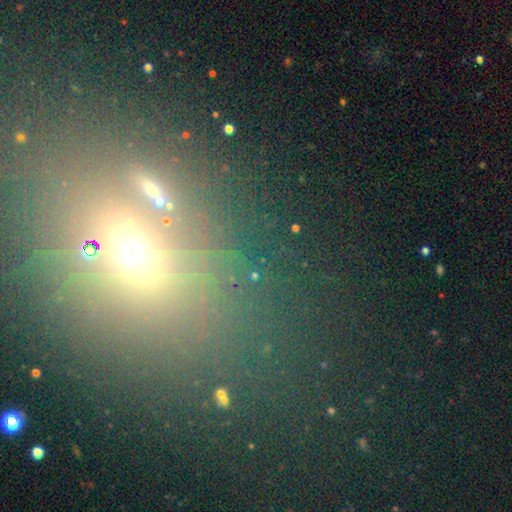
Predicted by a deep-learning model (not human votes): Smooth or featured? Predicted: star or artifact (p=0.50).